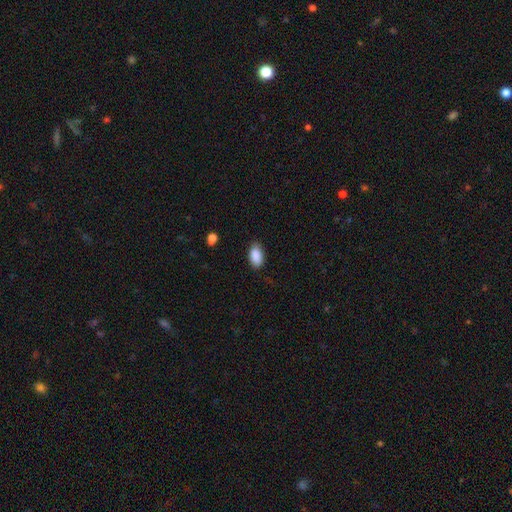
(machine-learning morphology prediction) A smooth galaxy with no disk features (89%) that is in between round and cigar-shaped (93%).

Vote fractions:
- Smooth or featured? smooth: 89% / star or artifact: 7% / featured or disk: 4%
- How rounded? in between: 93% / round: 4% / cigar-shaped: 3%
- Merging? none: 83% / minor disturbance: 14% / major disturbance: 3% / merger: 1%